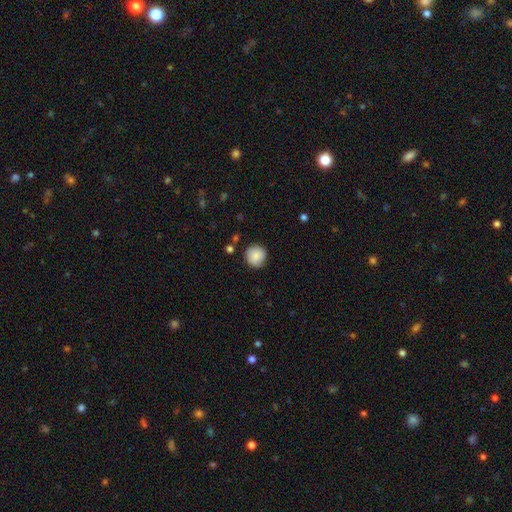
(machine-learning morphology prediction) Smooth or featured? smooth (85%)
How rounded? round (94%)
Merging? none (84%)